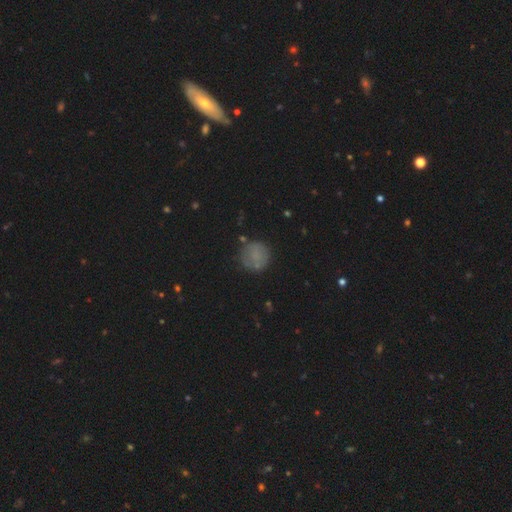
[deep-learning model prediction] smooth-or-featured: smooth: 70% | featured or disk: 16% | star or artifact: 14%
  how-rounded: round: 91% | in between: 8% | cigar-shaped: 1%
  merging: none: 71% | minor disturbance: 18% | major disturbance: 7% | merger: 4%